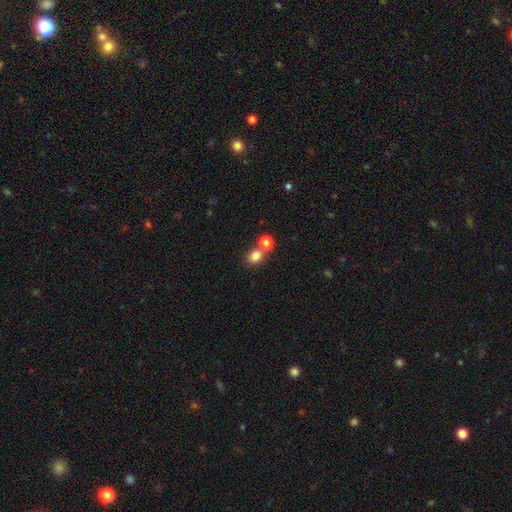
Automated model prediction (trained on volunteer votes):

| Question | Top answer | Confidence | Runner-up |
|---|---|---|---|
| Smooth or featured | smooth | 81% | star or artifact (12%) |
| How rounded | round | 67% | in between (32%) |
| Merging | none | 55% | merger (34%) |